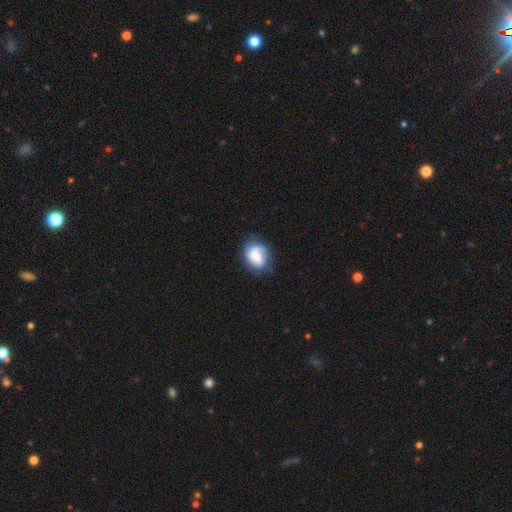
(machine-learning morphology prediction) Smooth or featured? smooth (51%)
How rounded? in between (61%)
Merging? none (61%)